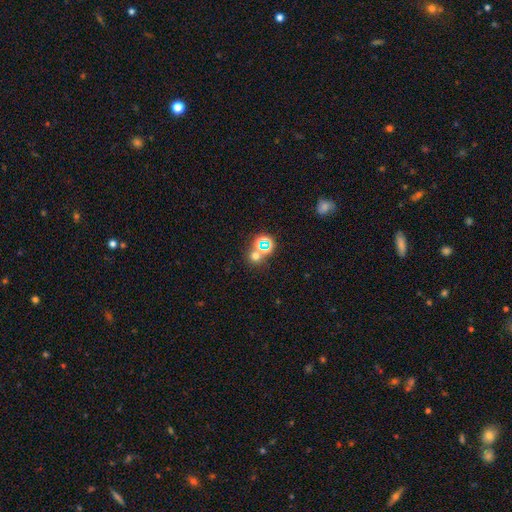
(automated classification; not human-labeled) Smooth or featured: smooth — 49% (star or artifact — 42%)
Merging: none — 63% (merger — 27%)